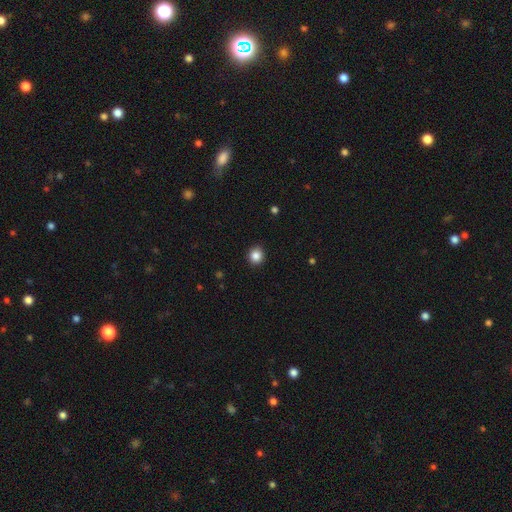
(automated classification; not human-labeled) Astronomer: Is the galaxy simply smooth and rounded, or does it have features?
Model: smooth — 86%.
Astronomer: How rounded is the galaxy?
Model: round — 87%.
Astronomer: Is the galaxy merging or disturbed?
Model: none — 92%.